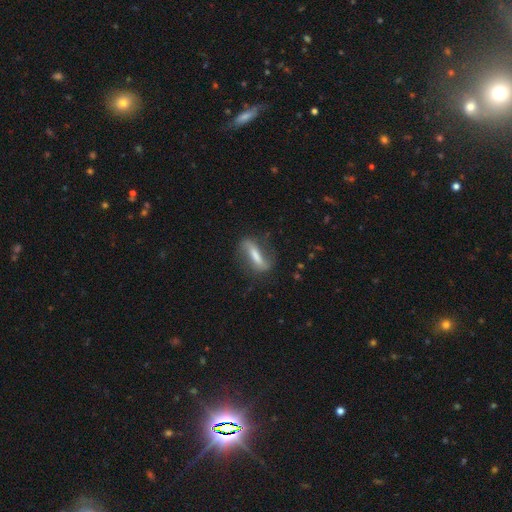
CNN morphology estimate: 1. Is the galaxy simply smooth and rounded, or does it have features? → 49% featured or disk, 43% smooth, 8% star or artifact.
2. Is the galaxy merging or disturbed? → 67% none, 20% minor disturbance, 10% major disturbance, 2% merger.